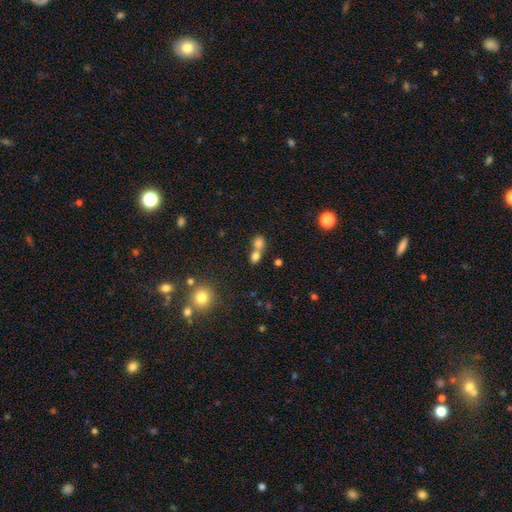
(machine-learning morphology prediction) This appears to be a smooth galaxy with no disk features (76%) that is round (55%). Merging: merger (59%).